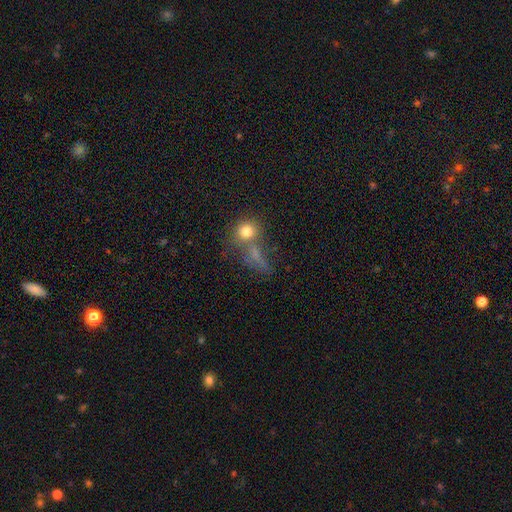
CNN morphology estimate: smooth 64%, star or artifact 20%, featured or disk 16%. Down the decision tree: how rounded — round (50%); merging — none (42%).